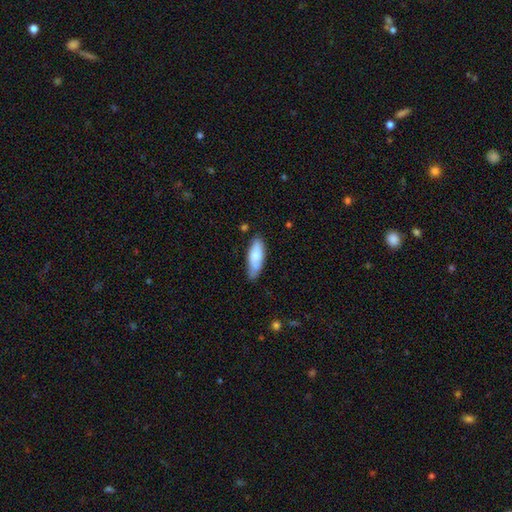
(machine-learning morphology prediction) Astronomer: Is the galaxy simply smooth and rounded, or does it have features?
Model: smooth — 75%.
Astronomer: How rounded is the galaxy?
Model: in between — 66%.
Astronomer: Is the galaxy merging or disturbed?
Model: none — 68%.